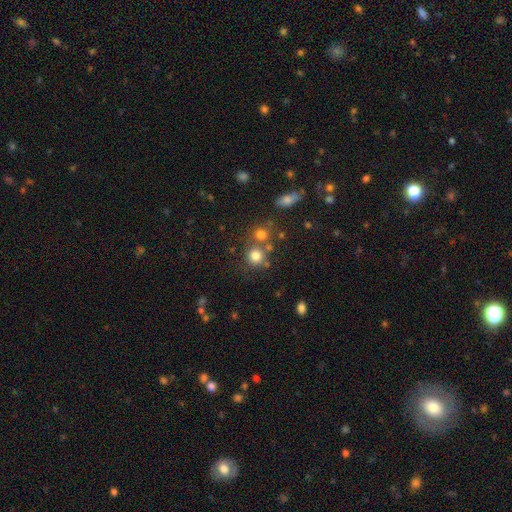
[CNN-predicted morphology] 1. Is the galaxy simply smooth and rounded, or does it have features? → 77% smooth, 14% star or artifact, 9% featured or disk.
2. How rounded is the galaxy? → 88% round, 11% in between, 1% cigar-shaped.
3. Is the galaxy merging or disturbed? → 62% none, 24% merger, 10% minor disturbance, 5% major disturbance.